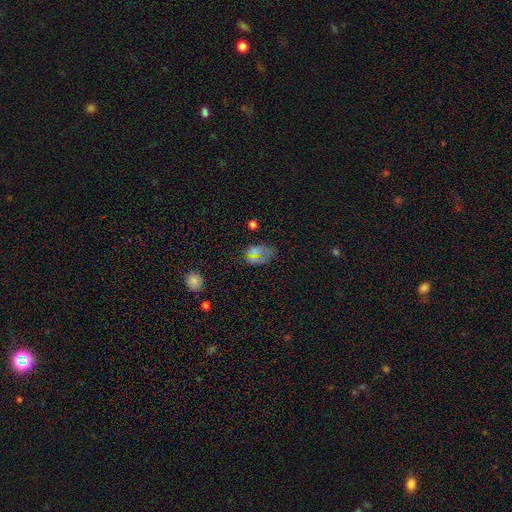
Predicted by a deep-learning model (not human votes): Smooth or featured? smooth (59%)
How rounded? in between (88%)
Merging? none (72%)